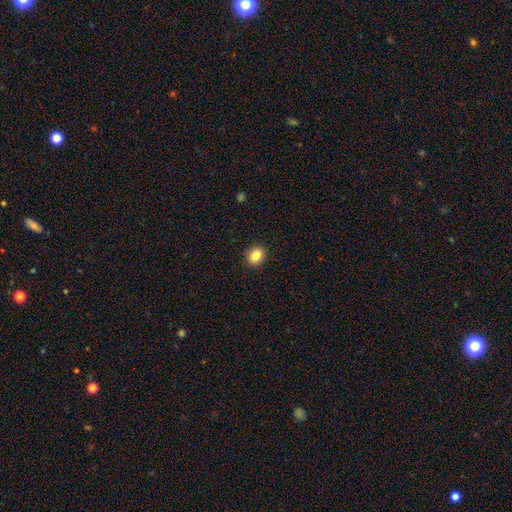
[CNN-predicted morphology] smooth_or_featured: smooth (p=0.86) [alt: star or artifact p=0.09]
how_rounded: round (p=0.50) [alt: in between p=0.49]
merging: none (p=0.90) [alt: minor disturbance p=0.07]